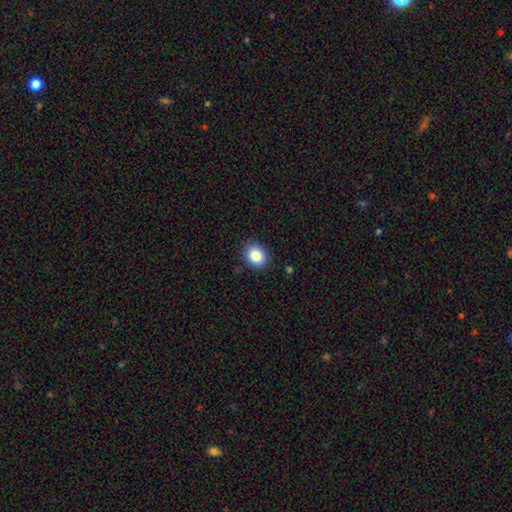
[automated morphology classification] Smooth or featured? Predicted: smooth (p=0.86). How rounded? Predicted: round (p=0.57). Merging? Predicted: none (p=0.88).